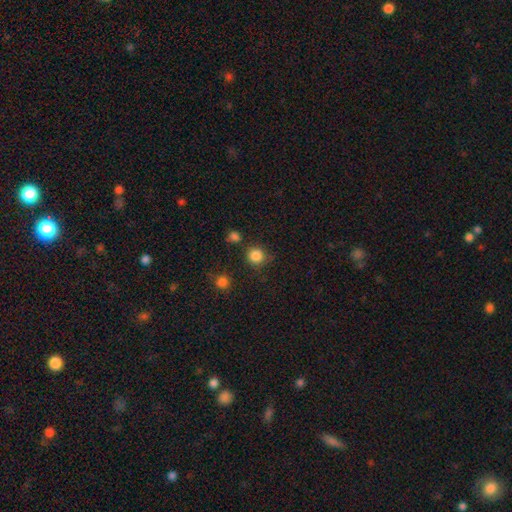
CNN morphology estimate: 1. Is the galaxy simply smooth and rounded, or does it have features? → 84% smooth, 12% star or artifact, 4% featured or disk.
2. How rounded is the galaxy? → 92% round, 7% in between, 1% cigar-shaped.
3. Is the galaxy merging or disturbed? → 81% none, 10% minor disturbance, 6% merger, 4% major disturbance.